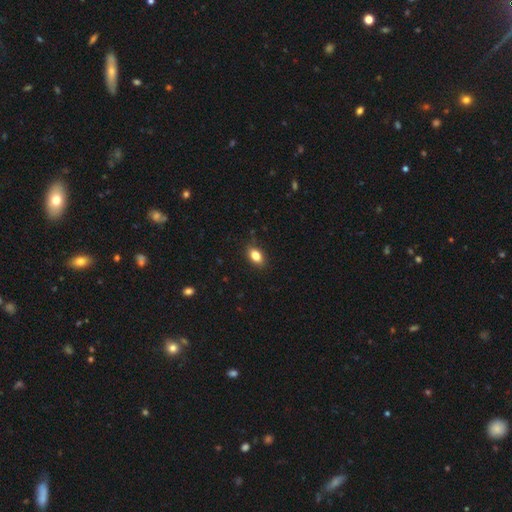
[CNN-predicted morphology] Smooth or featured? Predicted: smooth (p=0.84). How rounded? Predicted: in between (p=0.85). Merging? Predicted: none (p=0.85).